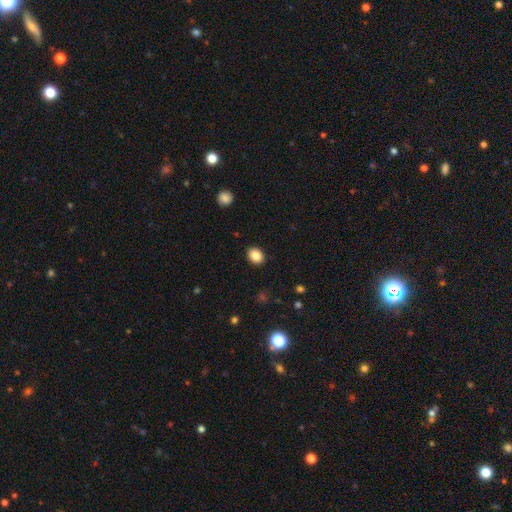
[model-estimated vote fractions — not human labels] Smooth or featured: smooth — 86% (star or artifact — 9%)
How rounded: in between — 55% (round — 45%)
Merging: none — 90% (minor disturbance — 7%)